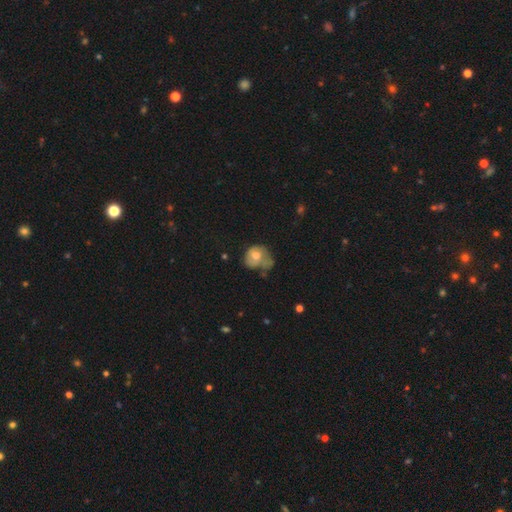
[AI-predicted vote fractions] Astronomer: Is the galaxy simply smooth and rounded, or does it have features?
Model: smooth — 63%.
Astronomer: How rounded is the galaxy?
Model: round — 61% (runner-up: in between, 38%).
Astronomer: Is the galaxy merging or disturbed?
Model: minor disturbance — 32% (runner-up: none, 29%).